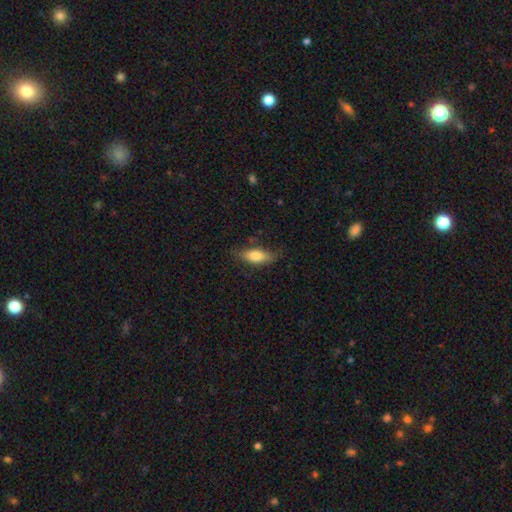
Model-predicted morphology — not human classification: Overall: smooth (76%). How rounded: in between (75%). Merging: none (73%).